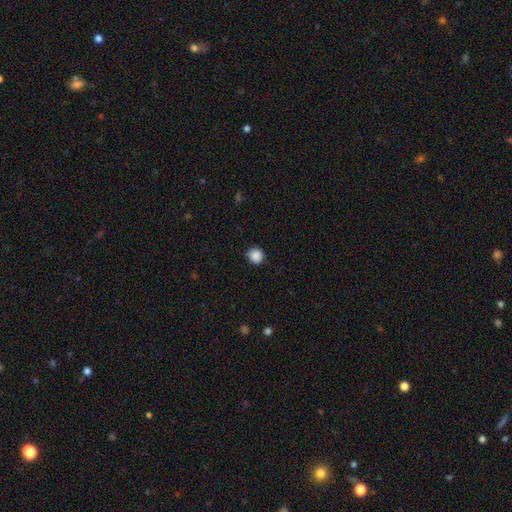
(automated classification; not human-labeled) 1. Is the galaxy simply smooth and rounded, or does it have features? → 88% smooth, 9% star or artifact, 3% featured or disk.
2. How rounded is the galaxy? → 91% round, 8% in between, 1% cigar-shaped.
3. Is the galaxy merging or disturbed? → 86% none, 11% minor disturbance, 2% major disturbance, 1% merger.